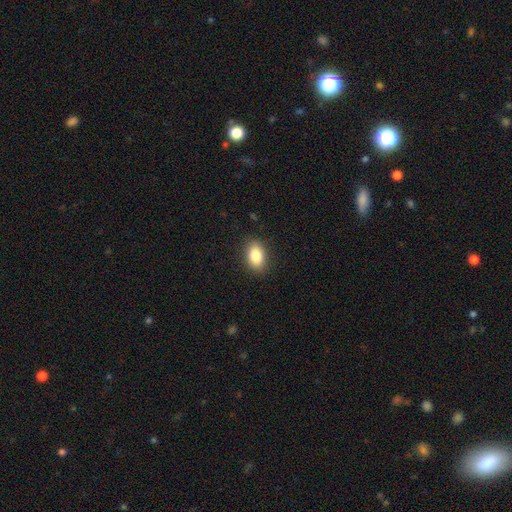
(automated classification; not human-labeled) Overall: smooth (85%). How rounded: in between (86%). Merging: none (87%).